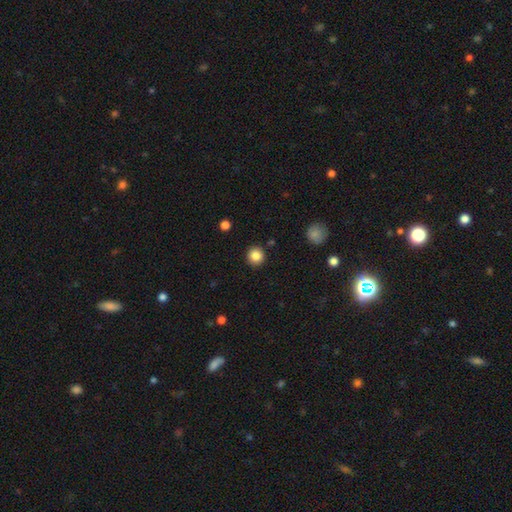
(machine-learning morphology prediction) Smooth or featured? Predicted: smooth (p=0.85). How rounded? Predicted: round (p=0.94). Merging? Predicted: none (p=0.91).